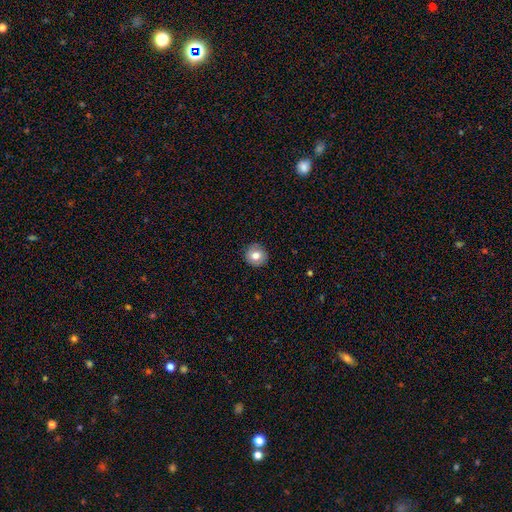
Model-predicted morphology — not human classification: This is likely a smooth galaxy (76%). How rounded: clearly round (91%). Merging: clearly none (89%).